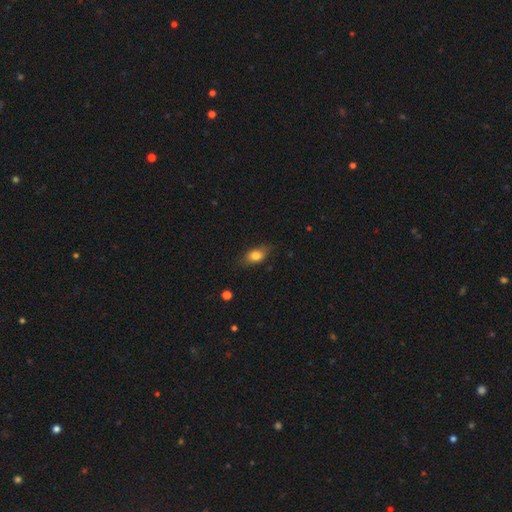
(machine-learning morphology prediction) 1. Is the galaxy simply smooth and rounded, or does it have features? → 79% smooth, 12% featured or disk, 9% star or artifact.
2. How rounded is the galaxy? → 81% in between, 12% round, 7% cigar-shaped.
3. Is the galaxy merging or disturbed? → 77% none, 18% minor disturbance, 4% major disturbance, 1% merger.